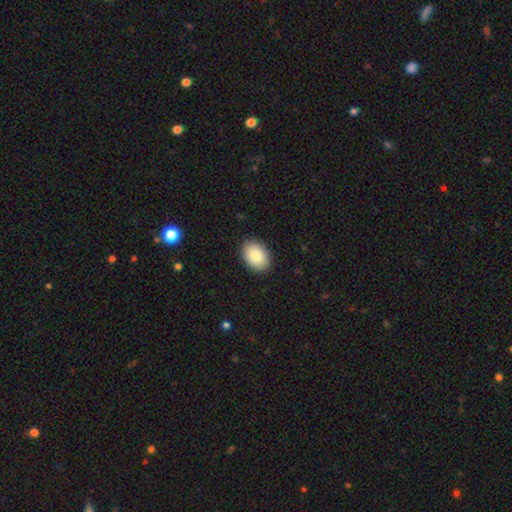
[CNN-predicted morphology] Overall: smooth (85%). How rounded: in between (80%). Merging: none (90%).